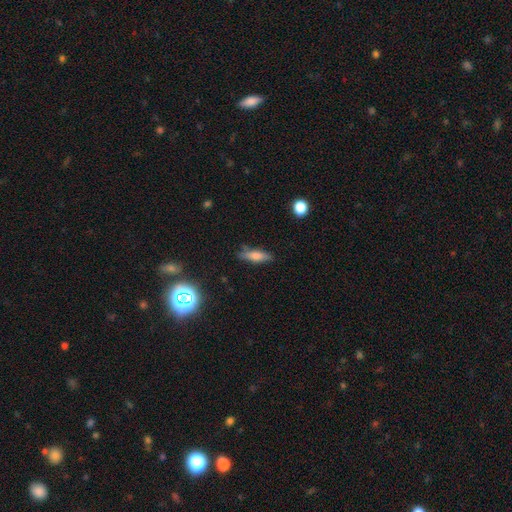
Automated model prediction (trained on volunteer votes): Smooth or featured? Predicted: smooth (p=0.64). How rounded? Predicted: cigar-shaped (p=0.54). Merging? Predicted: none (p=0.79).